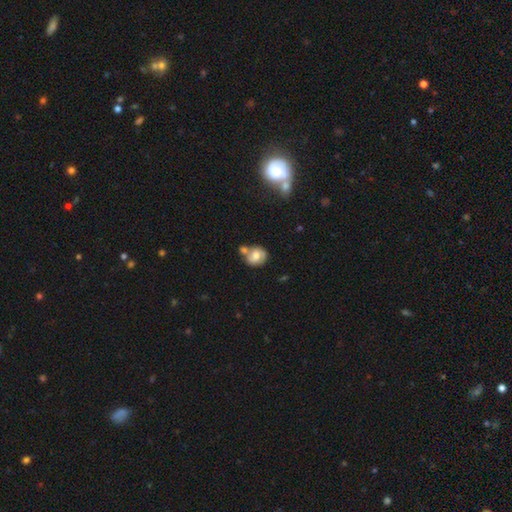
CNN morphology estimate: Overall: smooth (55%; featured or disk 36%). How rounded: round (66%; in between 32%). Merging: none (45%; merger 32%).